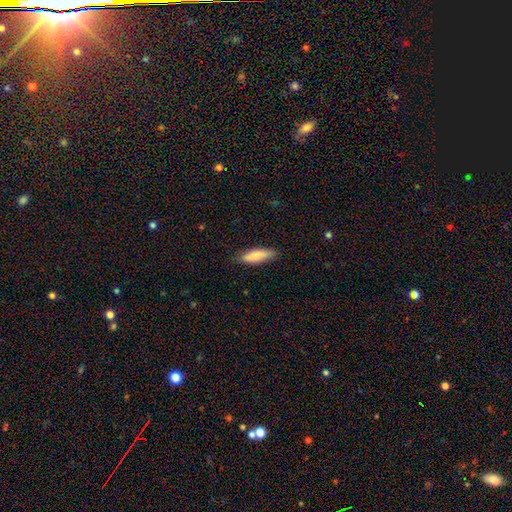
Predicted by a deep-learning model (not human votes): Q: Smooth or featured?
A: smooth (85%); runner-up: featured or disk (9%)
Q: How rounded?
A: cigar-shaped (57%); runner-up: in between (42%)
Q: Merging?
A: none (81%); runner-up: minor disturbance (15%)